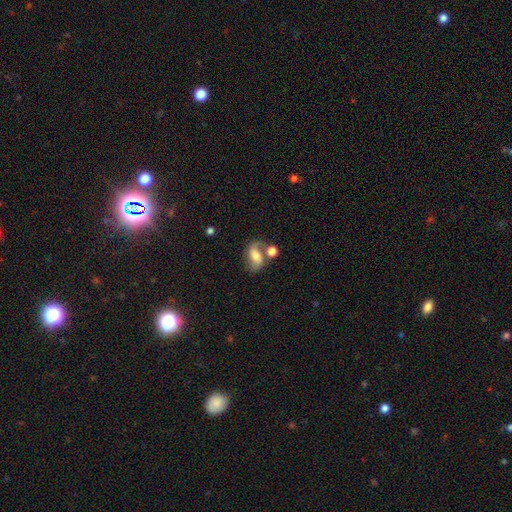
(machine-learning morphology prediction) smooth_or_featured: featured or disk (p=0.58) [alt: smooth p=0.33]
disk_edge_on: no (p=0.96) [alt: yes p=0.04]
bar: weak (p=0.40) [alt: no p=0.38]
has_spiral_arms: yes (p=0.86) [alt: no p=0.14]
bulge_size: moderate (p=0.52) [alt: small p=0.25]
merging: none (p=0.50) [alt: merger p=0.25]